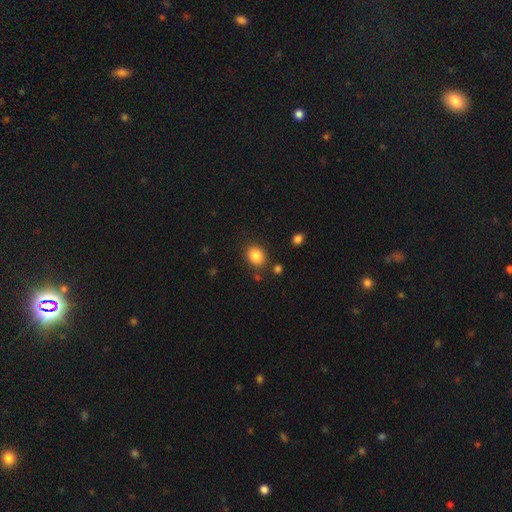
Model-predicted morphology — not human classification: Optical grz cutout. It shows a smooth galaxy with no disk features (85%) that is round (55%). Merging: none (83%).